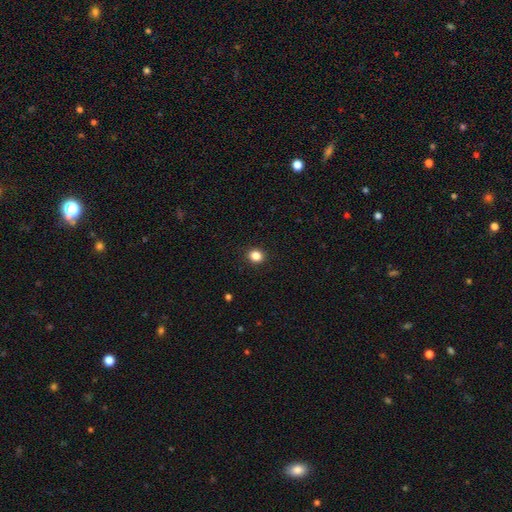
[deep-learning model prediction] smooth-or-featured: smooth: 85% | star or artifact: 12% | featured or disk: 4%
  how-rounded: round: 81% | in between: 18% | cigar-shaped: 1%
  merging: none: 92% | minor disturbance: 5% | major disturbance: 2% | merger: 1%